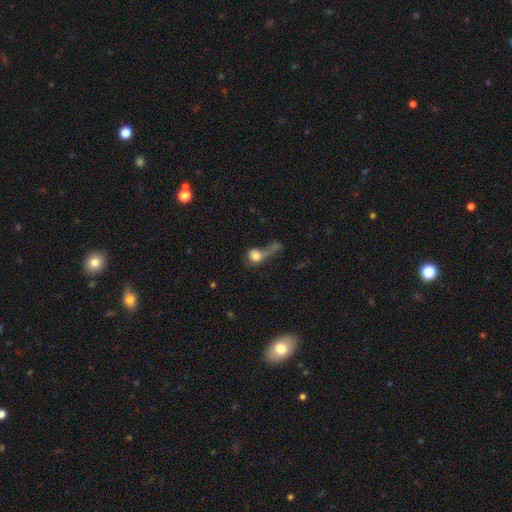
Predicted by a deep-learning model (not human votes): Smooth or featured? smooth (70%)
How rounded? round (59%)
Merging? major disturbance (44%)